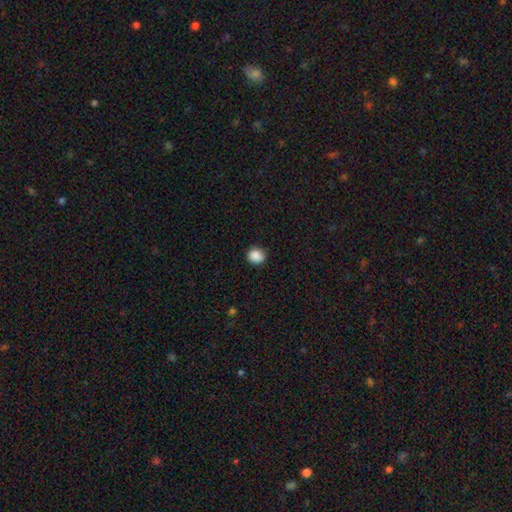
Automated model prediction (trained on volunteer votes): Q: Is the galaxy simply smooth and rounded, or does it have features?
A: smooth — 88%.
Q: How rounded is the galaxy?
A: round — 74%.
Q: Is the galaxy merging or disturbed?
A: none — 89%.